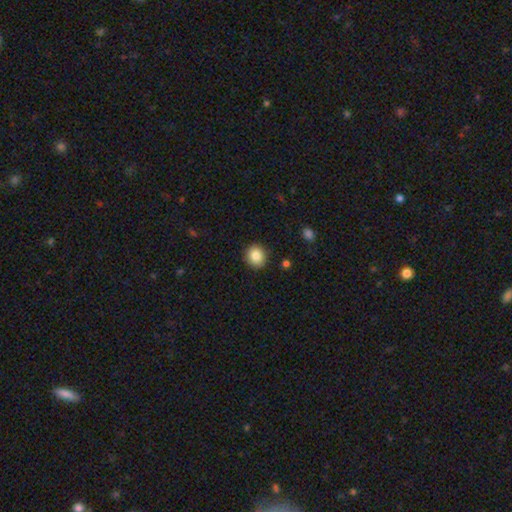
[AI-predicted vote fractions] Smooth or featured? smooth (86%)
How rounded? round (85%)
Merging? none (90%)